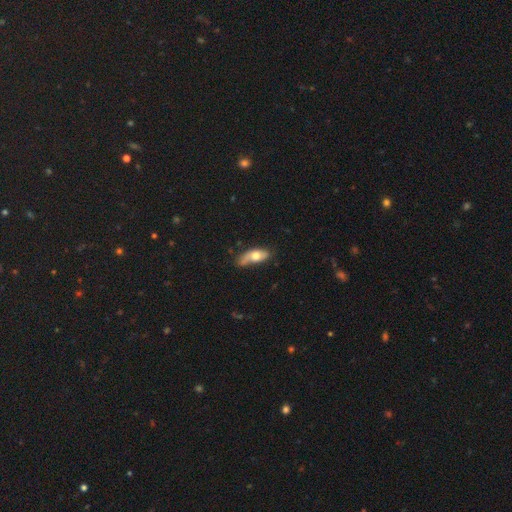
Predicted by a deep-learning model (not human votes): smooth 61%, featured or disk 32%, star or artifact 6%. Down the decision tree: how rounded — in between (75%); merging — none (51%).